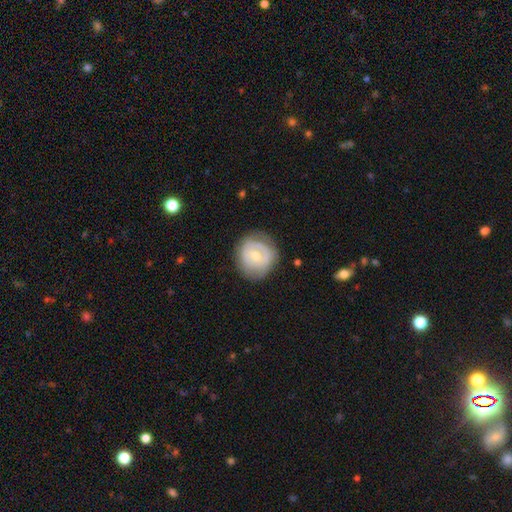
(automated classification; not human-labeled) This appears to be a featured or disk galaxy (52%) with no bar (65%), no spiral arms (56%) and a moderate central bulge (60%). Merging: none (71%).